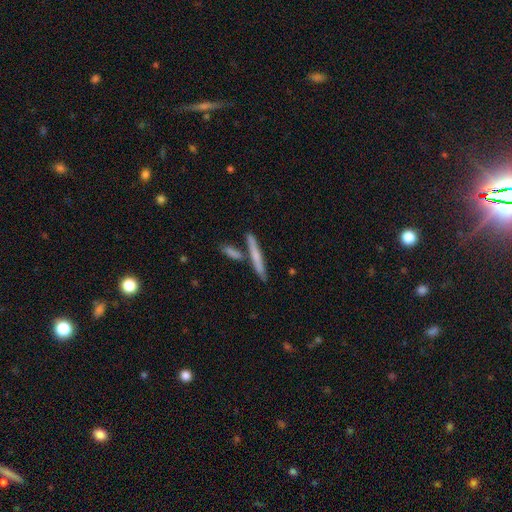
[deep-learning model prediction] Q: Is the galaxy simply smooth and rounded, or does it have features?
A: smooth — 56%.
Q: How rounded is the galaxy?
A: cigar-shaped — 93%.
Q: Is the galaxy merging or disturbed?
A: none — 76%.